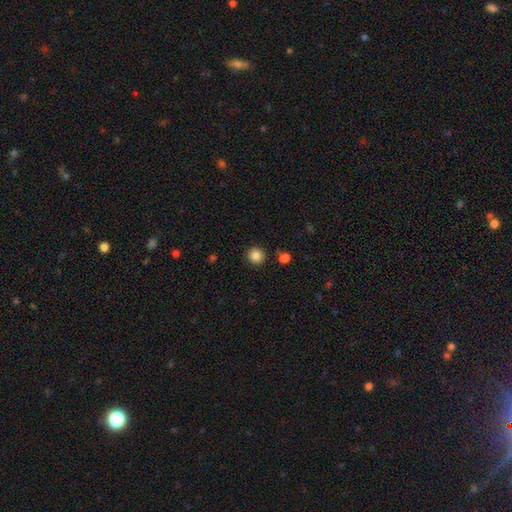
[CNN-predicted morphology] Smooth or featured? Predicted: smooth (p=0.85). How rounded? Predicted: round (p=0.93). Merging? Predicted: none (p=0.89).